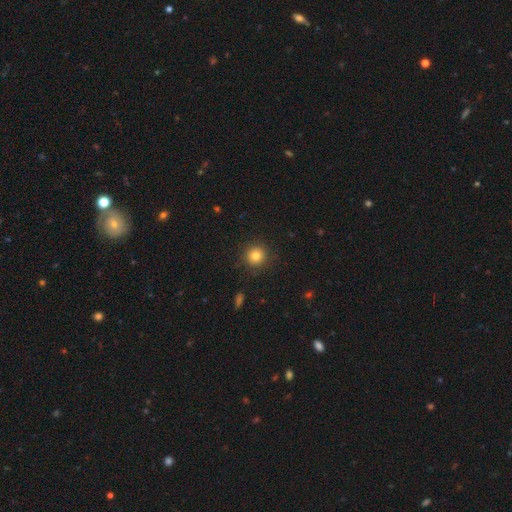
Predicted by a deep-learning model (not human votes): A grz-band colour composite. It shows a smooth galaxy with no disk features (82%) that is round (94%). Merging: none (90%).